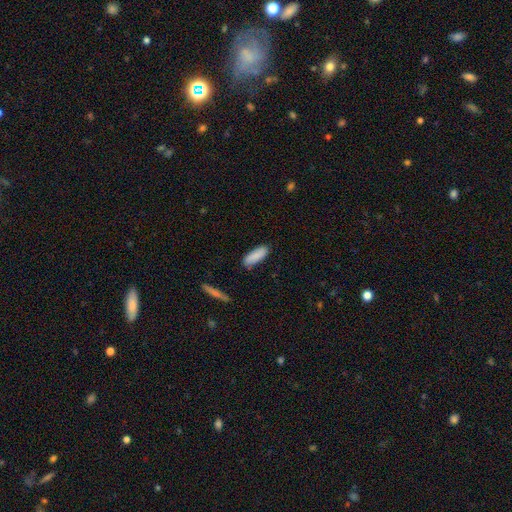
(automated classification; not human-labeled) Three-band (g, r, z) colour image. It shows a smooth galaxy with no disk features (87%) that is in between round and cigar-shaped (63%). Merging: none (84%).